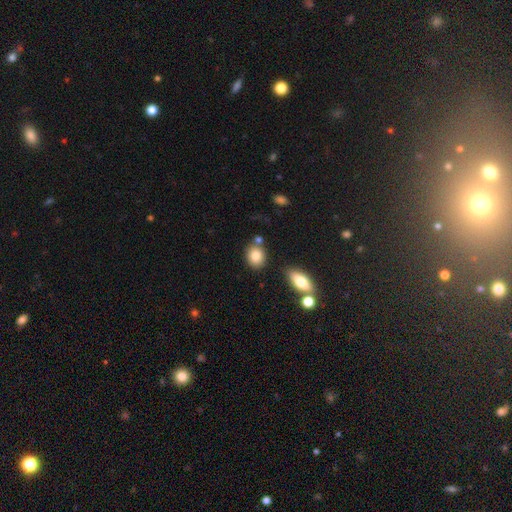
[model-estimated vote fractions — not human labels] Smooth or featured? Predicted: smooth (p=0.84). How rounded? Predicted: round (p=0.55). Merging? Predicted: none (p=0.75).